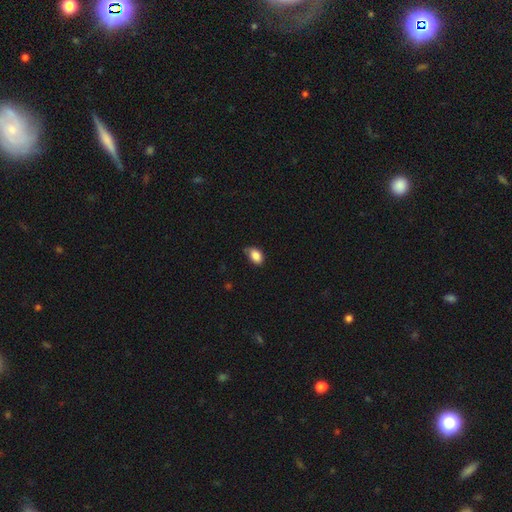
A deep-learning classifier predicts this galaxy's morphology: Smooth or featured? smooth (86%)
How rounded? in between (87%)
Merging? none (62%)